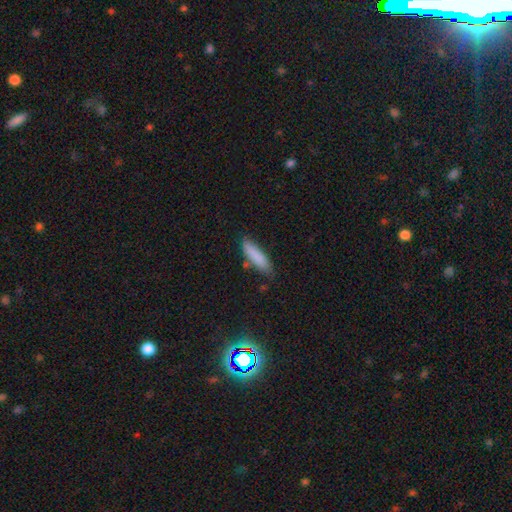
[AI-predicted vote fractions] Morphology: type=smooth (85%); roundness=cigar-shaped (67%); merging=none (73%).